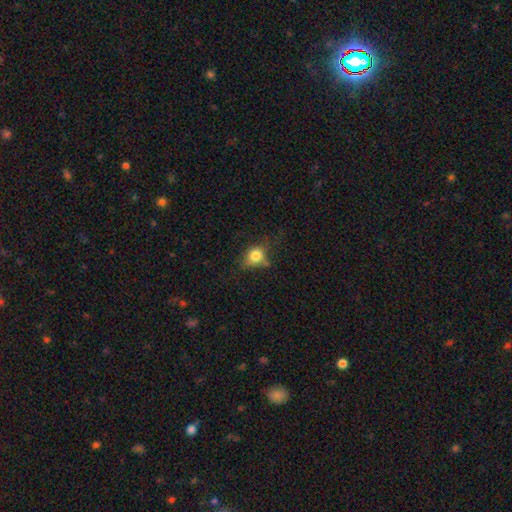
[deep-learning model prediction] This appears to be a smooth galaxy with no disk features (76%) that is round (55%). Merging: none (54%).